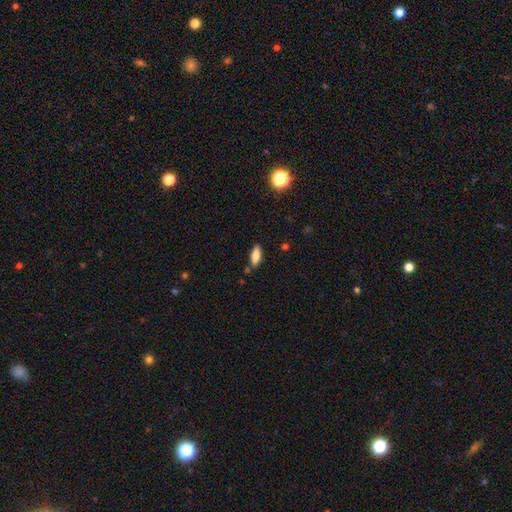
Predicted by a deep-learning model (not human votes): This appears to be a smooth galaxy with no disk features (80%) that is in between round and cigar-shaped (73%). Merging: none (80%).